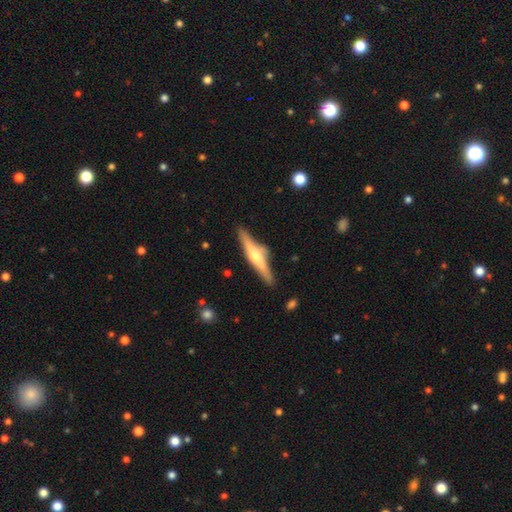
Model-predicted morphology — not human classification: A featured or disk galaxy (64%) viewed edge-on (96%) with a rounded central bulge (87%). Merging: none (82%).